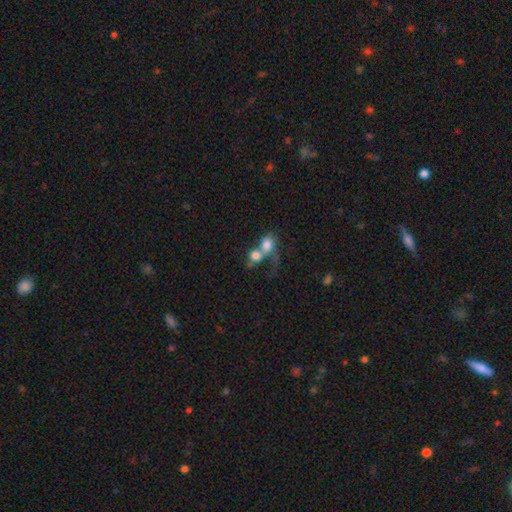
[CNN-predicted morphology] A smooth galaxy with no disk features (72%) that is round (60%).

Vote fractions:
- Smooth or featured? smooth: 72% / featured or disk: 18% / star or artifact: 10%
- How rounded? round: 60% / in between: 39% / cigar-shaped: 2%
- Merging? merger: 73% / none: 13% / major disturbance: 8% / minor disturbance: 5%